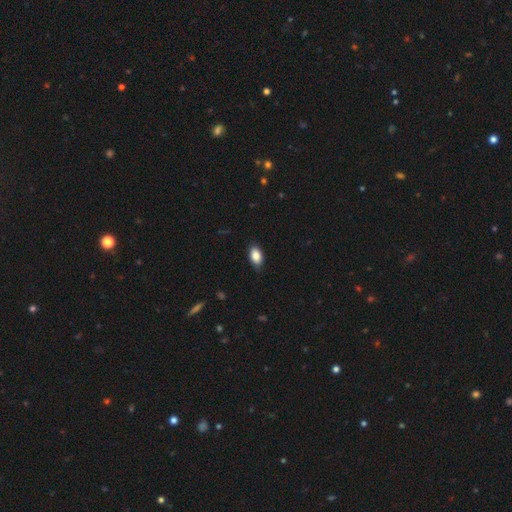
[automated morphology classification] This is clearly a smooth galaxy (86%). How rounded: clearly in between (91%). Merging: clearly none (82%).